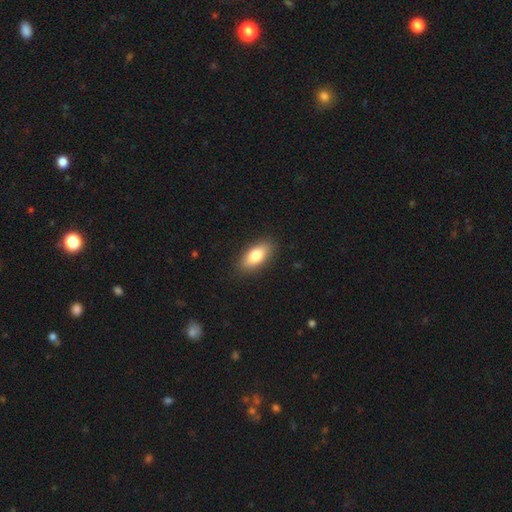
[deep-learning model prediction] This appears to be a smooth galaxy with no disk features (80%) that is in between round and cigar-shaped (86%). Merging: none (87%).